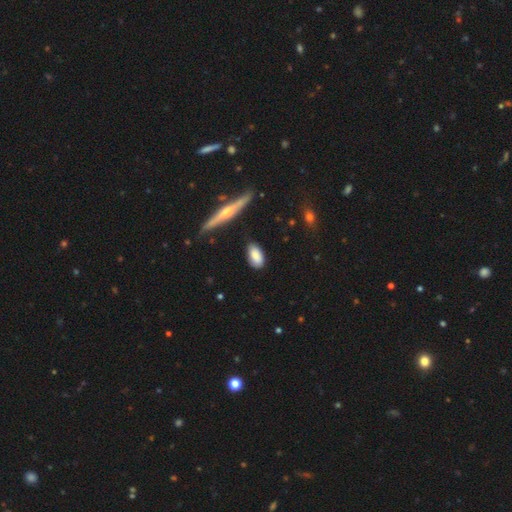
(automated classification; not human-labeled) Smooth or featured: smooth — 82% (featured or disk — 12%)
How rounded: in between — 91% (cigar-shaped — 5%)
Merging: none — 79% (minor disturbance — 16%)